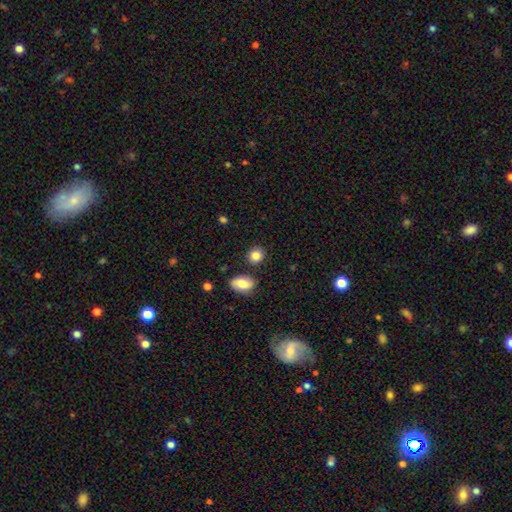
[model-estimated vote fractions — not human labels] smooth_or_featured: smooth (p=0.85) [alt: star or artifact p=0.09]
how_rounded: round (p=0.76) [alt: in between p=0.23]
merging: none (p=0.82) [alt: minor disturbance p=0.09]